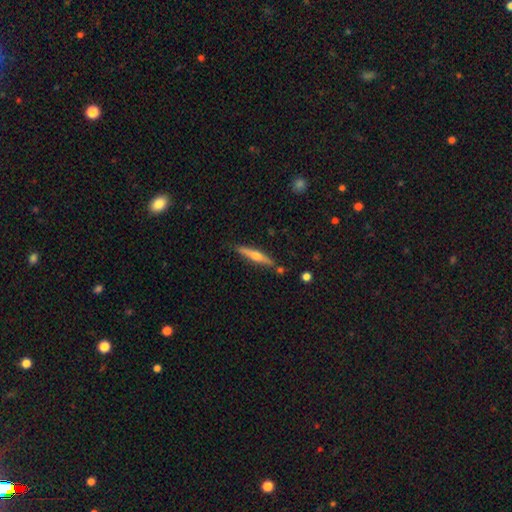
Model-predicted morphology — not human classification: This is likely a featured or disk galaxy (63%). It is clearly viewed edge-on (97%). Edge-on bulge: clearly rounded (88%). Merging: clearly none (85%).